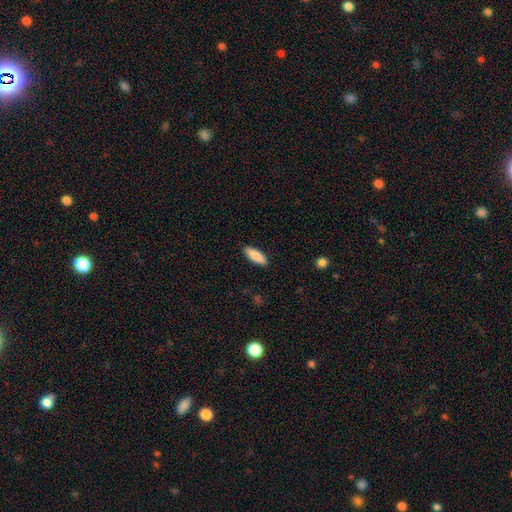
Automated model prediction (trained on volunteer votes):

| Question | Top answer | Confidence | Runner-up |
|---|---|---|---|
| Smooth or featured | smooth | 87% | featured or disk (8%) |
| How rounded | in between | 62% | cigar-shaped (37%) |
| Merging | none | 90% | minor disturbance (7%) |